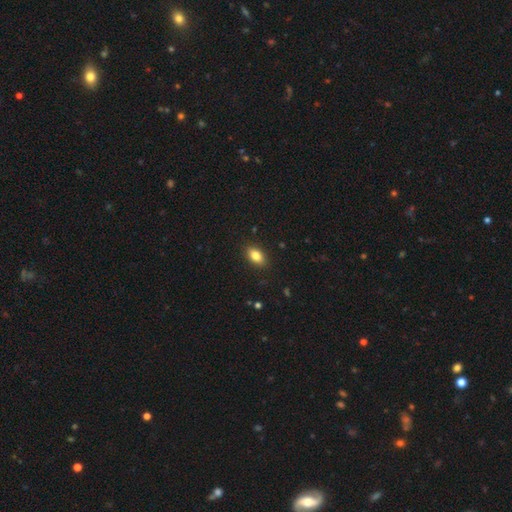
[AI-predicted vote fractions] Smooth or featured?
  - smooth: 83% *
  - featured or disk: 8%
  - star or artifact: 8%
How rounded?
  - in between: 89% *
  - round: 7%
  - cigar-shaped: 4%
Merging?
  - none: 89% *
  - minor disturbance: 8%
  - major disturbance: 2%
  - merger: 1%